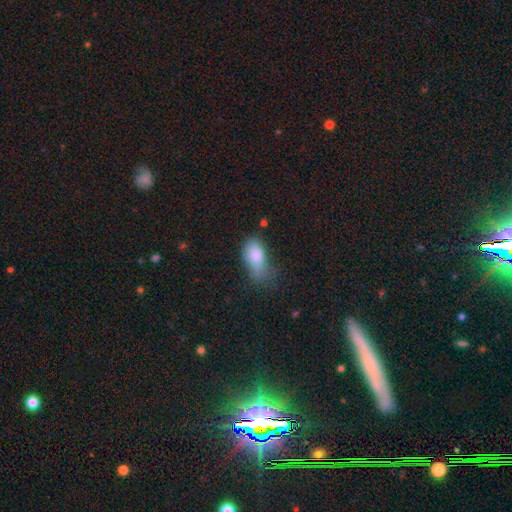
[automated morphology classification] Q: Smooth or featured?
A: smooth (80%); runner-up: featured or disk (11%)
Q: How rounded?
A: in between (89%); runner-up: round (6%)
Q: Merging?
A: minor disturbance (38%); runner-up: major disturbance (32%)